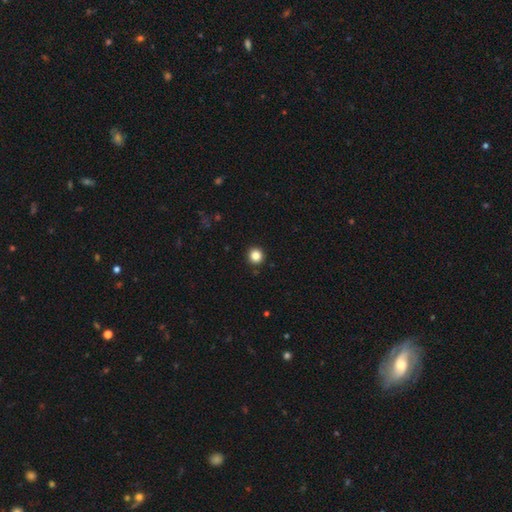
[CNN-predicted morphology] Overall: smooth (85%). How rounded: round (95%). Merging: none (93%).